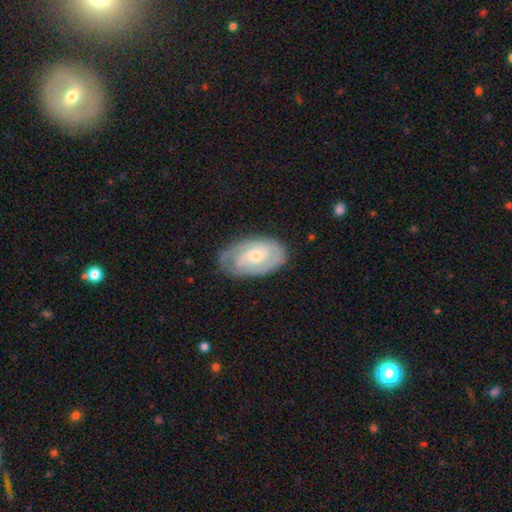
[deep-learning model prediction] The model was most divided on "bulge size": small: 58%, moderate: 37%, large: 2%, none: 2%, dominant: 1%. More confident: edge-on disk — no (96%); spiral arms — yes (95%); smooth or featured — featured or disk (82%); merging — none (79%); spiral winding — tight (64%); spiral arm count — 2 (60%); bar — no (59%).